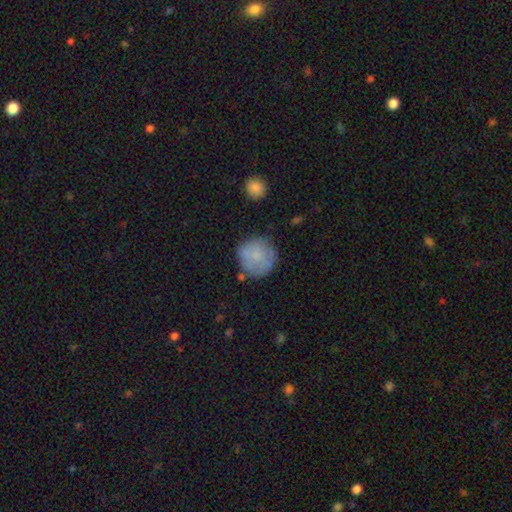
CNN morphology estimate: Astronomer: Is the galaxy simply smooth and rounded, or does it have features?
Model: smooth — 69%.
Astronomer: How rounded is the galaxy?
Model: round — 92%.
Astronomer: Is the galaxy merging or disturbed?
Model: none — 70%.